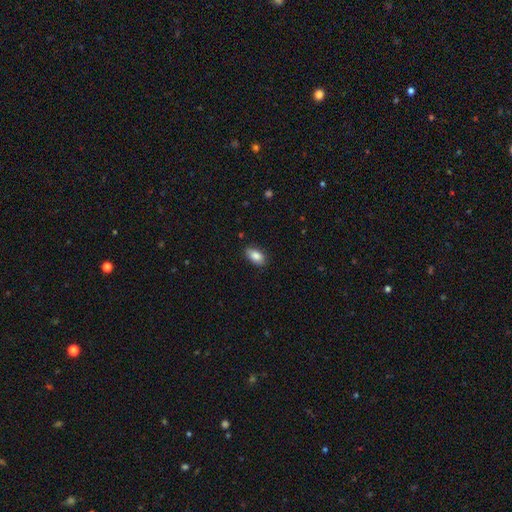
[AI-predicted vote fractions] Smooth or featured?
  - smooth: 86% *
  - star or artifact: 7%
  - featured or disk: 7%
How rounded?
  - in between: 91% *
  - round: 6%
  - cigar-shaped: 3%
Merging?
  - none: 84% *
  - minor disturbance: 13%
  - major disturbance: 2%
  - merger: 1%